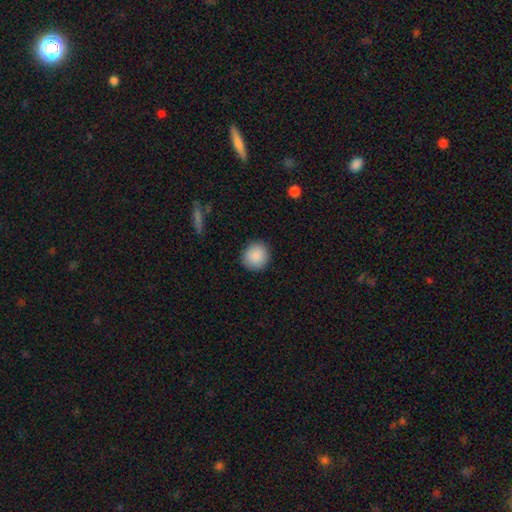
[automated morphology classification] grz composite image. It shows a smooth galaxy with no disk features (89%) that is round (91%). Merging: none (91%).